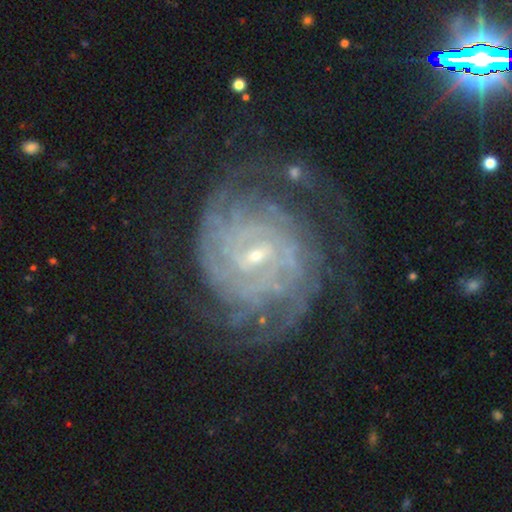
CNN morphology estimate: Smooth or featured?
  - featured or disk: 88% *
  - star or artifact: 7%
  - smooth: 5%
Edge-on disk?
  - no: 97% *
  - yes: 3%
Bar?
  - weak: 53% *
  - no: 28%
  - strong: 19%
Spiral arms?
  - yes: 97% *
  - no: 3%
Spiral winding?
  - tight: 73% *
  - medium: 22%
  - loose: 5%
Spiral arm count?
  - can't tell: 34% *
  - 4: 17%
  - 2: 15%
  - more than 4: 14%
  - 3: 12%
  - 1: 8%
Bulge size?
  - small: 79% *
  - moderate: 16%
  - none: 2%
  - large: 1%
  - dominant: 1%
Merging?
  - none: 71% *
  - minor disturbance: 16%
  - major disturbance: 12%
  - merger: 2%